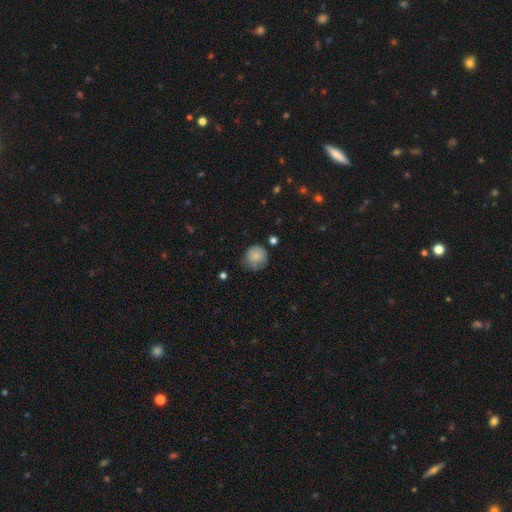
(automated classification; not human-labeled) A smooth galaxy with no disk features (81%) that is round (87%). Merging: none (59%).